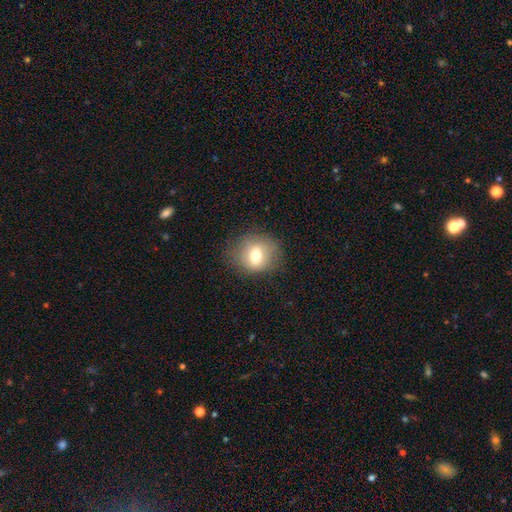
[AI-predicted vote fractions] Smooth or featured? Predicted: smooth (p=0.68). How rounded? Predicted: round (p=0.69). Merging? Predicted: none (p=0.78).